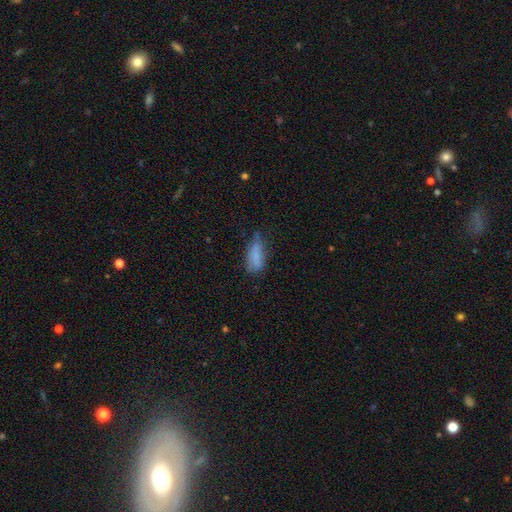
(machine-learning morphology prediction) smooth 77%, featured or disk 13%, star or artifact 10%. Down the decision tree: how rounded — in between (73%); merging — none (45%).